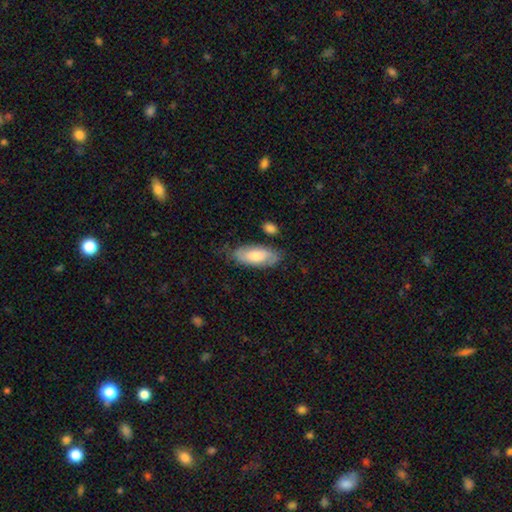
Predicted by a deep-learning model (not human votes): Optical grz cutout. It shows a smooth galaxy with no disk features (62%) that is in between round and cigar-shaped (84%). Merging: none (68%).